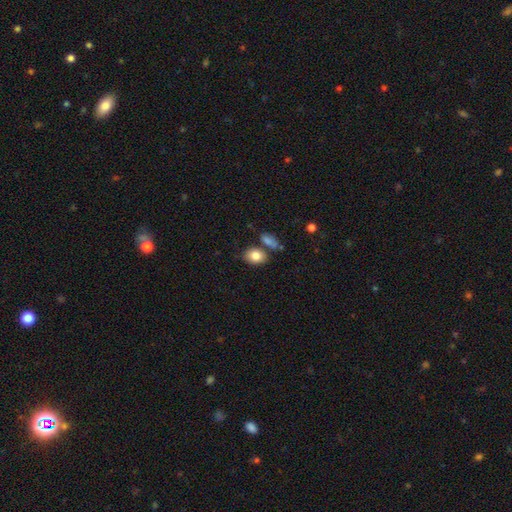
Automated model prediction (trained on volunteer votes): Smooth or featured? smooth (83%)
How rounded? in between (70%)
Merging? none (67%)